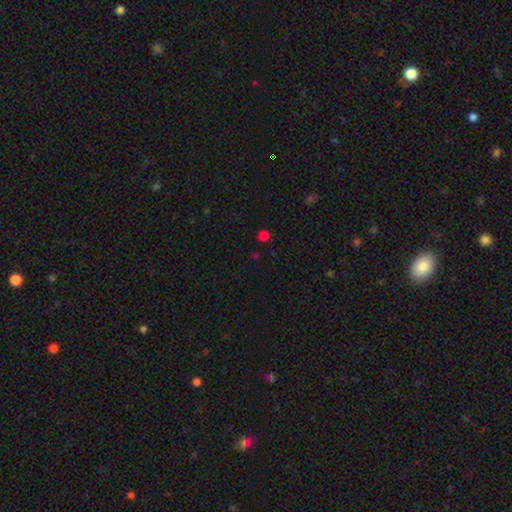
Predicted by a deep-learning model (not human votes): A smooth galaxy with no disk features (64%) that is round (91%). Merging: none (88%).